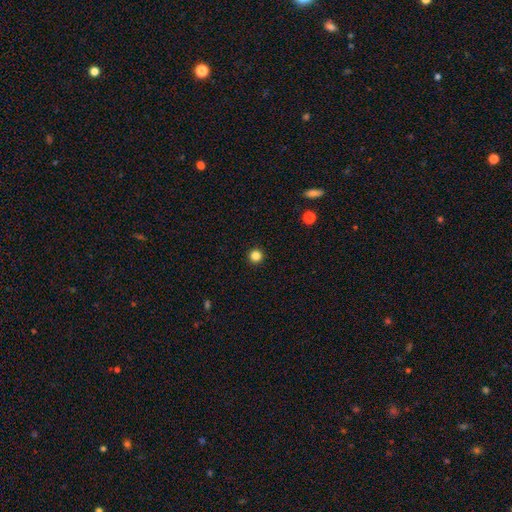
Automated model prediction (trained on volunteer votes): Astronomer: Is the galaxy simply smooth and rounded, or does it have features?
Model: smooth — 85%.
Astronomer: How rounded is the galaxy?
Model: round — 97%.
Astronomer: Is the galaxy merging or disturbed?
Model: none — 94%.